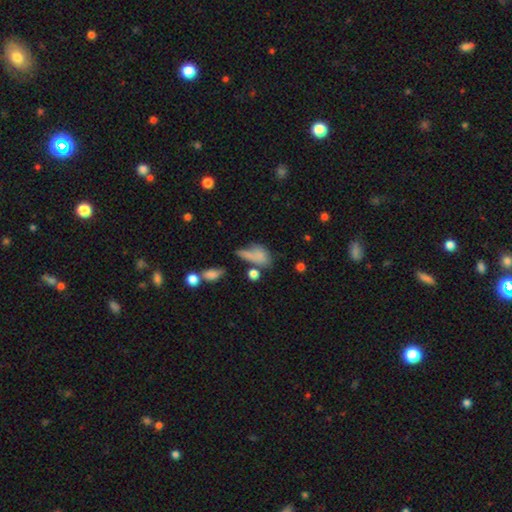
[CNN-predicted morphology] The model was most divided on "merging": none: 30%, minor disturbance: 25%, major disturbance: 25%, merger: 20%. More confident: how rounded — in between (74%); smooth or featured — smooth (69%).